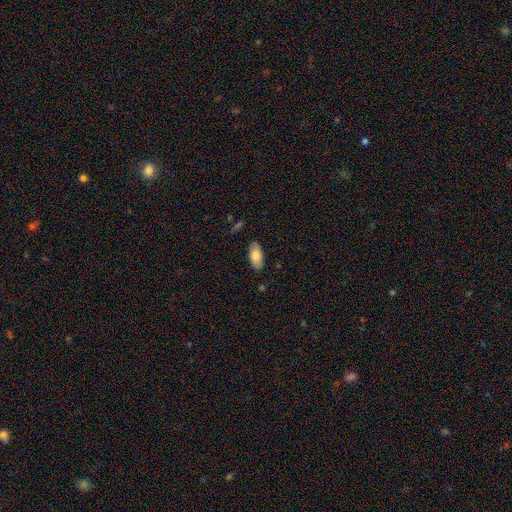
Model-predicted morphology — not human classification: A smooth galaxy with no disk features (81%) that is in between round and cigar-shaped (90%).

Vote fractions:
- Smooth or featured? smooth: 81% / featured or disk: 13% / star or artifact: 6%
- How rounded? in between: 90% / cigar-shaped: 8% / round: 2%
- Merging? none: 86% / minor disturbance: 11% / major disturbance: 2% / merger: 1%